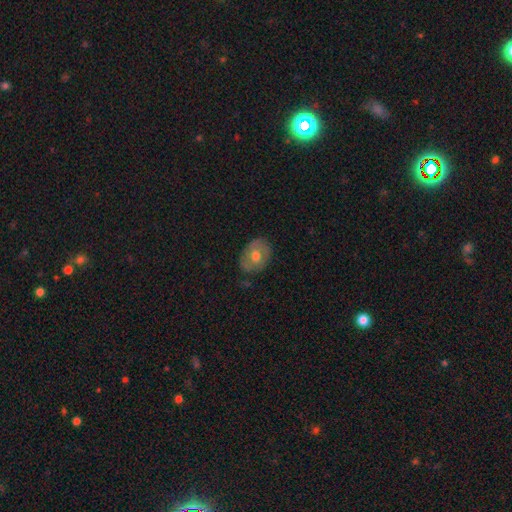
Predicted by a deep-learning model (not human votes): A smooth galaxy with no disk features (54%) that is in between round and cigar-shaped (63%). Merging: none (77%).